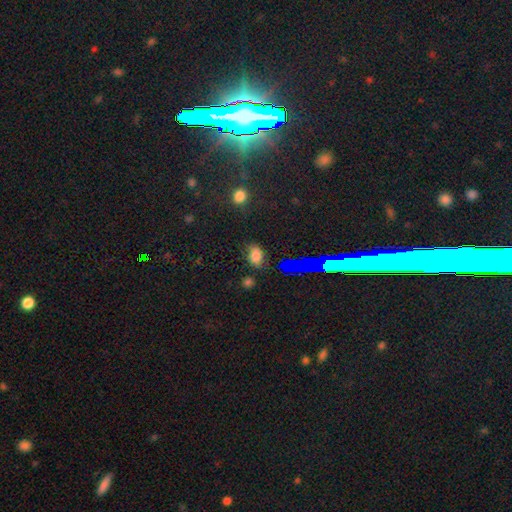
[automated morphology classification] smooth 74%, star or artifact 18%, featured or disk 8%. Down the decision tree: how rounded — in between (84%); merging — none (72%).